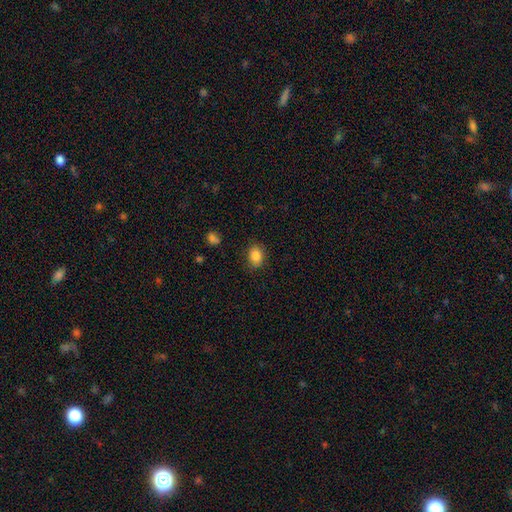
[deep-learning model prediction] The model was most divided on "how rounded": in between: 63%, round: 36%, cigar-shaped: 1%. More confident: smooth or featured — smooth (86%); merging — none (83%).